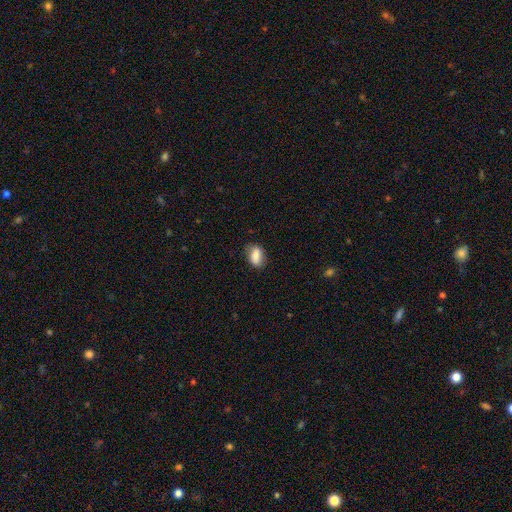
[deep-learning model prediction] Smooth or featured?
  - smooth: 82% *
  - featured or disk: 11%
  - star or artifact: 7%
How rounded?
  - in between: 84% *
  - round: 12%
  - cigar-shaped: 5%
Merging?
  - none: 76% *
  - minor disturbance: 18%
  - major disturbance: 4%
  - merger: 1%